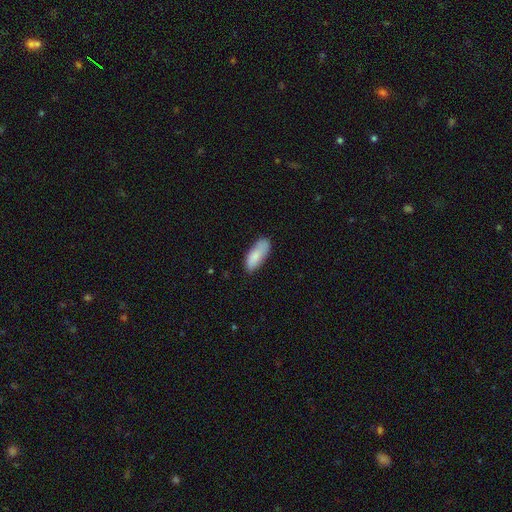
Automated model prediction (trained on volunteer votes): This is clearly a smooth galaxy (83%). How rounded: likely in between (80%). Merging: likely none (72%).